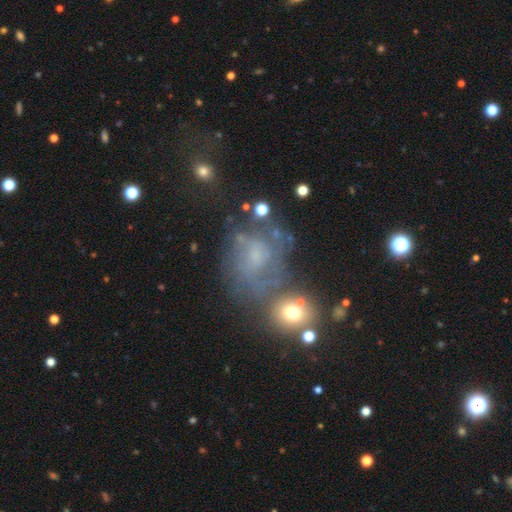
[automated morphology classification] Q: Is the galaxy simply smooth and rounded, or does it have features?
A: featured or disk — 55%.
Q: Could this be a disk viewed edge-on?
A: no — 97%.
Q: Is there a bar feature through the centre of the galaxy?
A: no — 66%.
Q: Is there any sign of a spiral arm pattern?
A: yes — 71%.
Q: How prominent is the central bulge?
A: small — 54%.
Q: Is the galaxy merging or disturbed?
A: none — 43%.